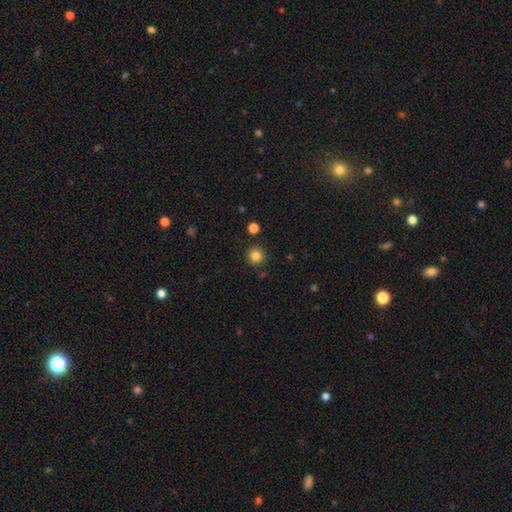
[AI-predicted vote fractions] Smooth or featured?
  - smooth: 84% *
  - star or artifact: 12%
  - featured or disk: 4%
How rounded?
  - round: 95% *
  - in between: 4%
  - cigar-shaped: 1%
Merging?
  - none: 90% *
  - minor disturbance: 6%
  - merger: 3%
  - major disturbance: 2%